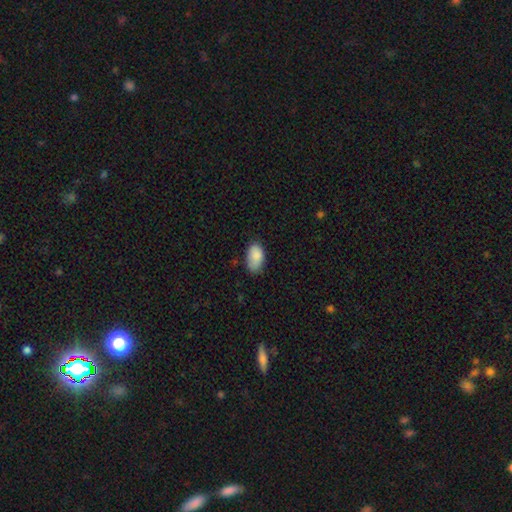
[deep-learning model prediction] A smooth galaxy with no disk features (85%) that is in between round and cigar-shaped (93%).

Vote fractions:
- Smooth or featured? smooth: 85% / featured or disk: 7% / star or artifact: 7%
- How rounded? in between: 93% / round: 5% / cigar-shaped: 1%
- Merging? none: 68% / minor disturbance: 26% / major disturbance: 5% / merger: 2%